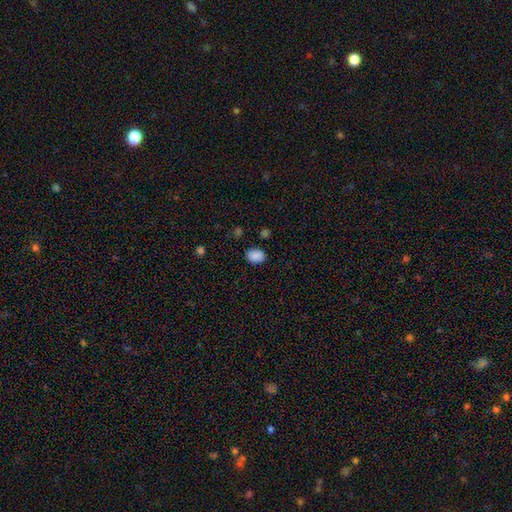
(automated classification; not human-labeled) smooth 88%, star or artifact 9%, featured or disk 3%. Down the decision tree: how rounded — in between (72%); merging — none (84%).